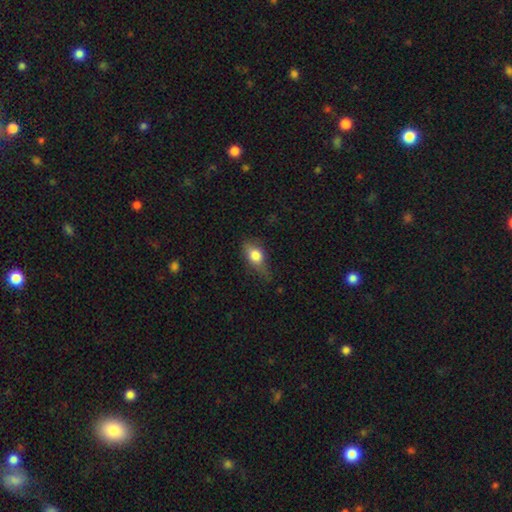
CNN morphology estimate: Smooth or featured?
  - smooth: 75% *
  - featured or disk: 16%
  - star or artifact: 8%
How rounded?
  - in between: 73% *
  - round: 18%
  - cigar-shaped: 8%
Merging?
  - none: 56% *
  - minor disturbance: 33%
  - major disturbance: 10%
  - merger: 2%